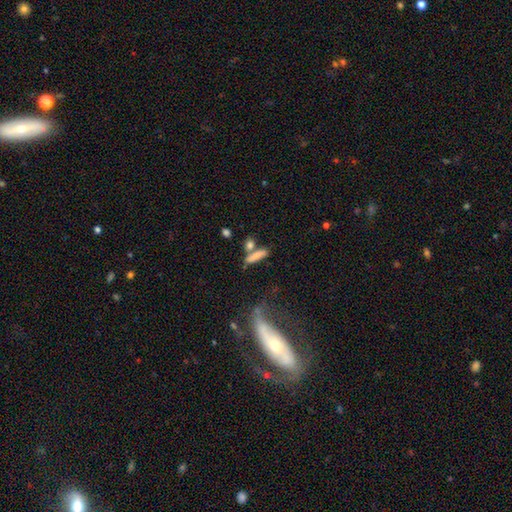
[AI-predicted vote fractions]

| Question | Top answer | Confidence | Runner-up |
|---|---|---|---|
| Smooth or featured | smooth | 76% | featured or disk (15%) |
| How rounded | cigar-shaped | 70% | in between (26%) |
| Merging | none | 56% | merger (26%) |